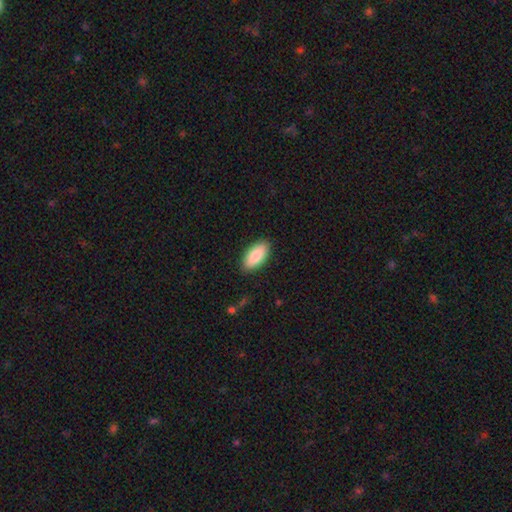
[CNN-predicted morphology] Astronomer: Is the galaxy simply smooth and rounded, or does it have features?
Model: smooth — 86%.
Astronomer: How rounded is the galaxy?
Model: in between — 90%.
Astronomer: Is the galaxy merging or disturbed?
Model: none — 89%.